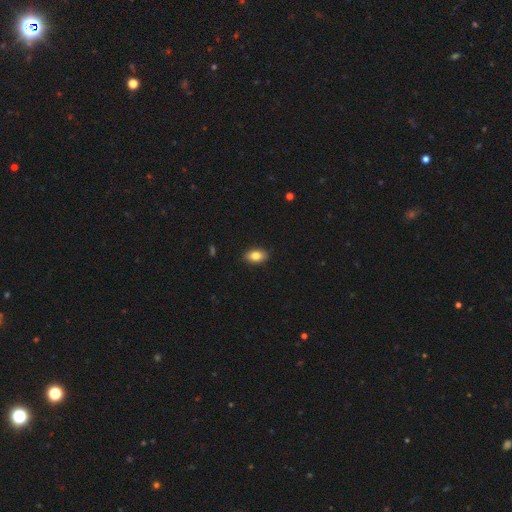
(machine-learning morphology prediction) Q: Smooth or featured?
A: smooth (83%); runner-up: featured or disk (9%)
Q: How rounded?
A: in between (89%); runner-up: round (10%)
Q: Merging?
A: none (90%); runner-up: minor disturbance (8%)